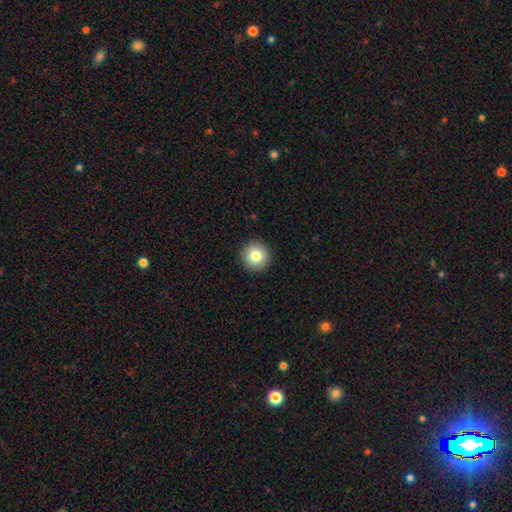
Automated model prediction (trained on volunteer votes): This is clearly a smooth galaxy (81%). How rounded: clearly round (94%). Merging: clearly none (93%).